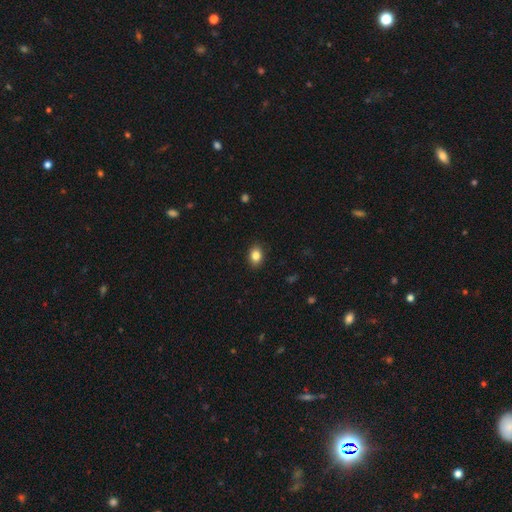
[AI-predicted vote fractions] Smooth or featured: smooth — 84% (star or artifact — 10%)
How rounded: in between — 68% (round — 31%)
Merging: none — 89% (minor disturbance — 8%)